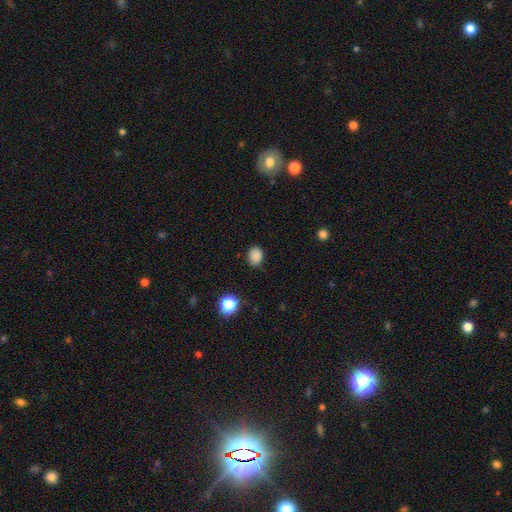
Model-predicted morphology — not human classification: Smooth or featured: smooth — 85% (star or artifact — 11%)
How rounded: round — 52% (in between — 47%)
Merging: none — 79% (minor disturbance — 16%)